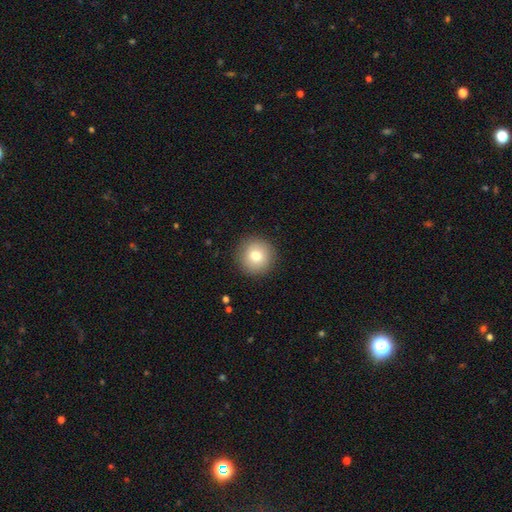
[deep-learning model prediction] Smooth or featured?
  - smooth: 79% *
  - featured or disk: 12%
  - star or artifact: 10%
How rounded?
  - round: 94% *
  - in between: 5%
  - cigar-shaped: 1%
Merging?
  - none: 90% *
  - minor disturbance: 6%
  - major disturbance: 2%
  - merger: 1%